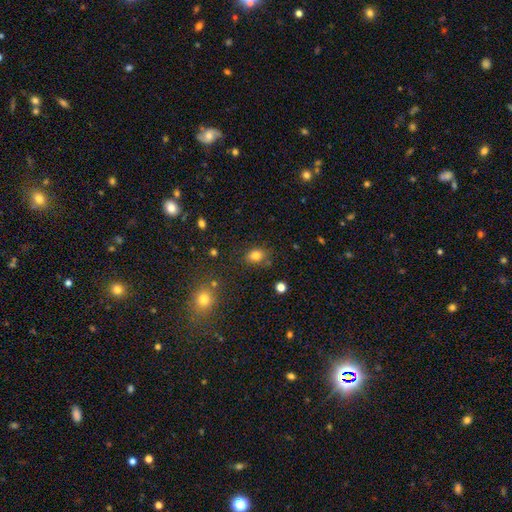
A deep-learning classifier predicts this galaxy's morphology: Smooth or featured? Predicted: smooth (p=0.80). How rounded? Predicted: in between (p=0.58). Merging? Predicted: none (p=0.78).